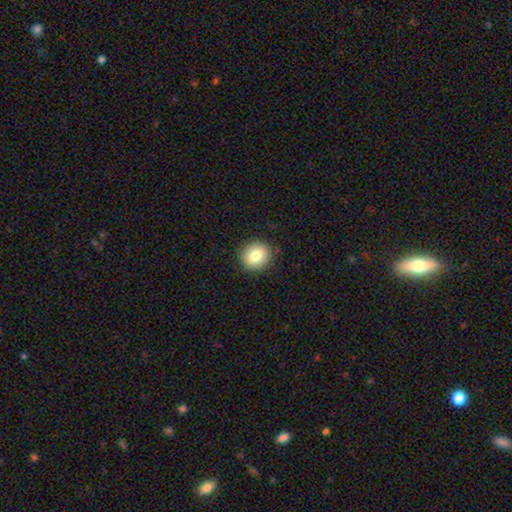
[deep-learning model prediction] Smooth or featured? Predicted: smooth (p=0.80). How rounded? Predicted: round (p=0.86). Merging? Predicted: none (p=0.89).